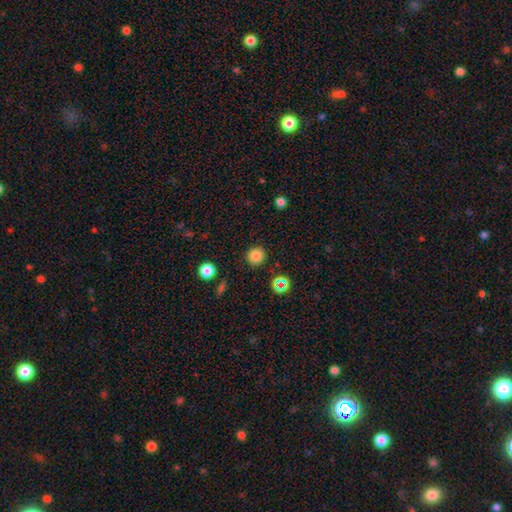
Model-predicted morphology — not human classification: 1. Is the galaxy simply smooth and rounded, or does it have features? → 82% smooth, 14% star or artifact, 5% featured or disk.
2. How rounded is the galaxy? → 93% round, 6% in between, 1% cigar-shaped.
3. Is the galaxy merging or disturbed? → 90% none, 6% minor disturbance, 2% major disturbance, 1% merger.